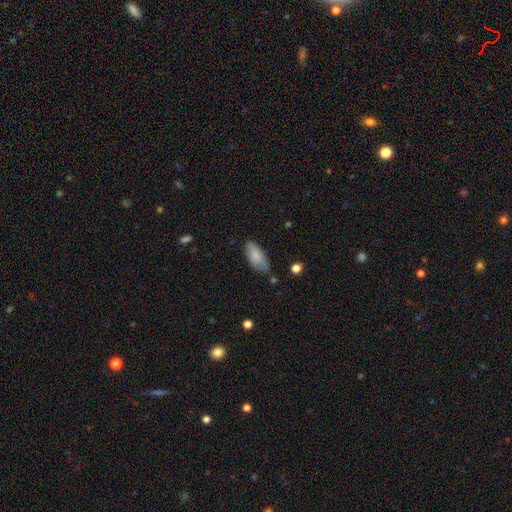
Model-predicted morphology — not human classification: A smooth galaxy with no disk features (75%) that is in between round and cigar-shaped (90%). Merging: none (61%).